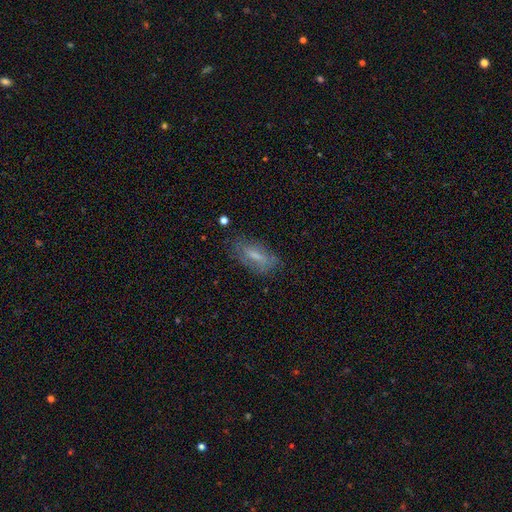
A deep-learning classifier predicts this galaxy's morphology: Smooth or featured: smooth — 57% (featured or disk — 34%)
How rounded: in between — 68% (cigar-shaped — 29%)
Merging: none — 67% (minor disturbance — 22%)